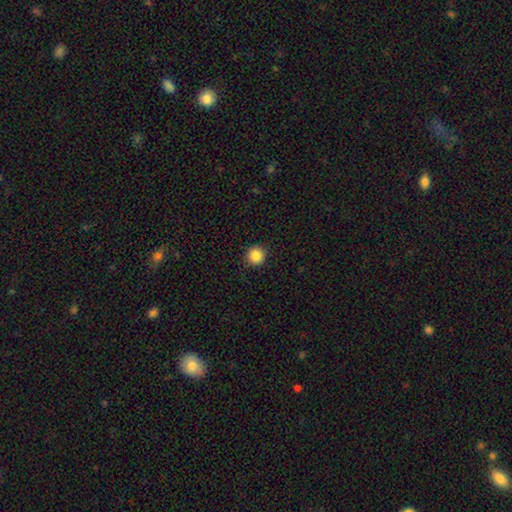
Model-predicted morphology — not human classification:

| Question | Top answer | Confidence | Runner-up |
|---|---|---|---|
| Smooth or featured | smooth | 86% | star or artifact (10%) |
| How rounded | round | 93% | in between (6%) |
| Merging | none | 91% | minor disturbance (6%) |